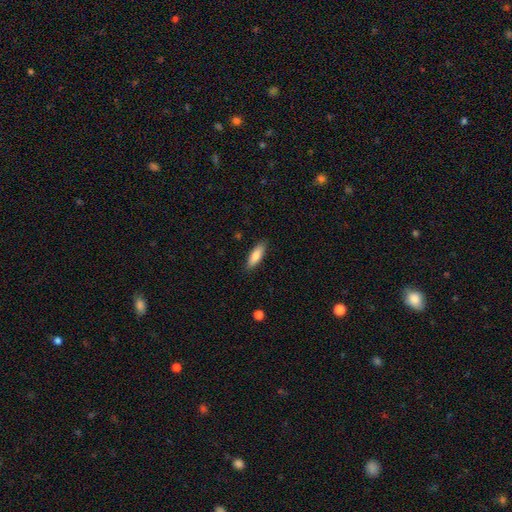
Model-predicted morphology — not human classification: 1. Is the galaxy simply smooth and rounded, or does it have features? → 81% smooth, 13% featured or disk, 6% star or artifact.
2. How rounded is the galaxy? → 56% in between, 43% cigar-shaped, 2% round.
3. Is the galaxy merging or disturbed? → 87% none, 10% minor disturbance, 2% major disturbance, 1% merger.